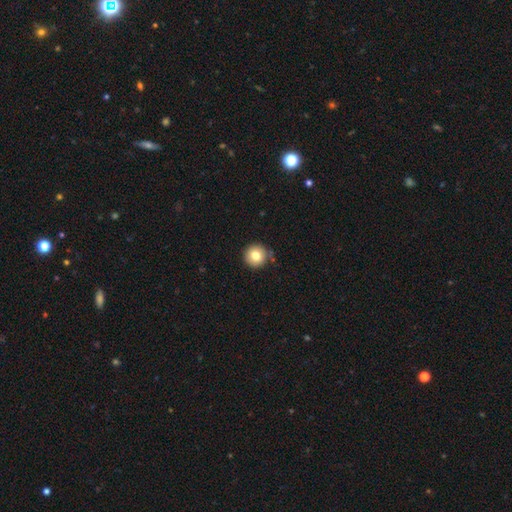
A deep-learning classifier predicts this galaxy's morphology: smooth-or-featured: smooth: 80% | featured or disk: 10% | star or artifact: 10%
  how-rounded: round: 96% | in between: 3% | cigar-shaped: 1%
  merging: none: 84% | minor disturbance: 10% | merger: 3% | major disturbance: 3%